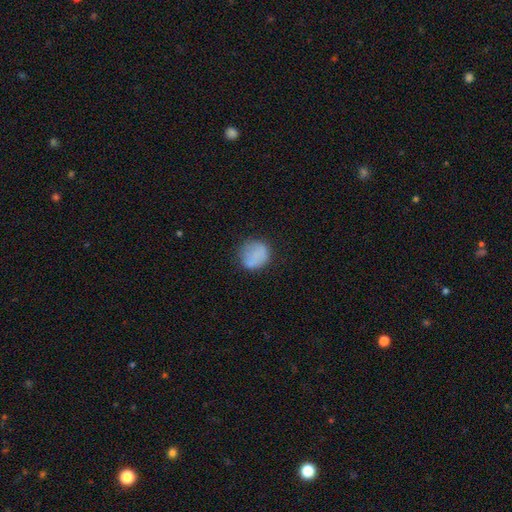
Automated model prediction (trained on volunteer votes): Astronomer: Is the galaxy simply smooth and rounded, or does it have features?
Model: smooth — 78%.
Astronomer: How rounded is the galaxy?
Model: round — 86%.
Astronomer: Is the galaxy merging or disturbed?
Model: none — 69%.